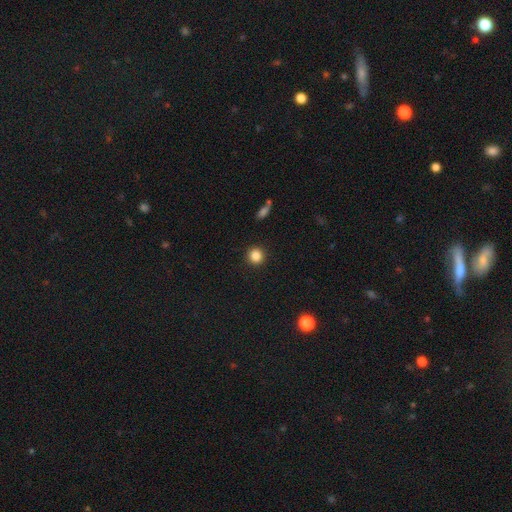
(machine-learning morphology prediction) smooth 85%, star or artifact 11%, featured or disk 4%. Down the decision tree: how rounded — round (93%); merging — none (93%).